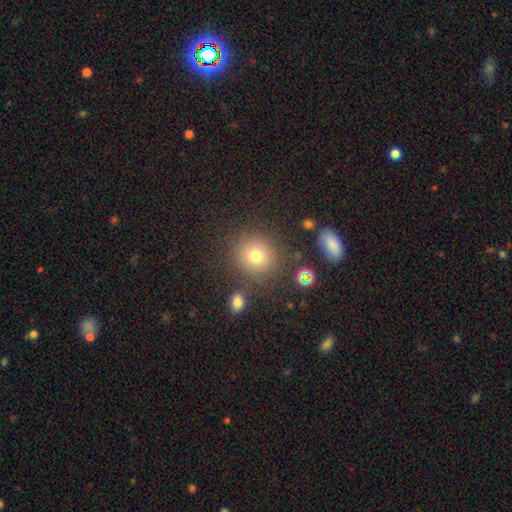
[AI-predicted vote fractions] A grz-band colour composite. It shows a smooth galaxy with no disk features (73%) that is round (92%). Merging: none (83%).